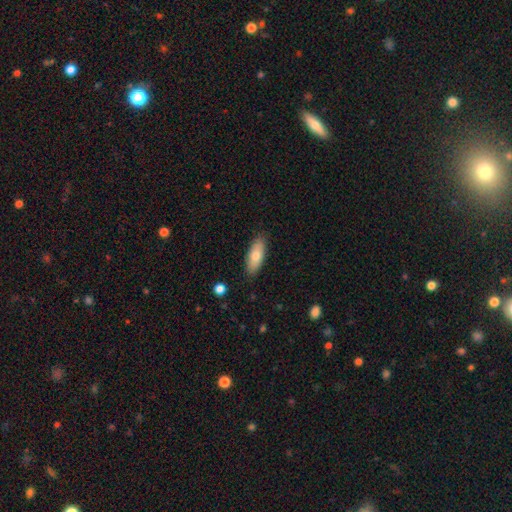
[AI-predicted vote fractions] smooth-or-featured: smooth: 74% | featured or disk: 20% | star or artifact: 6%
  how-rounded: in between: 77% | cigar-shaped: 21% | round: 2%
  merging: none: 85% | minor disturbance: 11% | major disturbance: 2% | merger: 1%